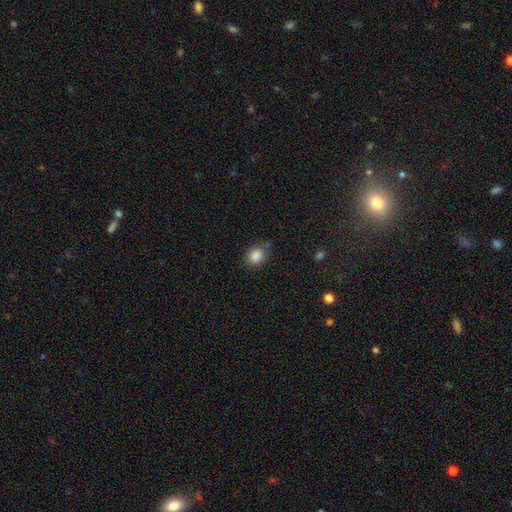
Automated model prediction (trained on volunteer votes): smooth-or-featured: smooth: 86% | star or artifact: 9% | featured or disk: 5%
  how-rounded: round: 50% | in between: 49% | cigar-shaped: 1%
  merging: none: 75% | minor disturbance: 18% | major disturbance: 4% | merger: 3%